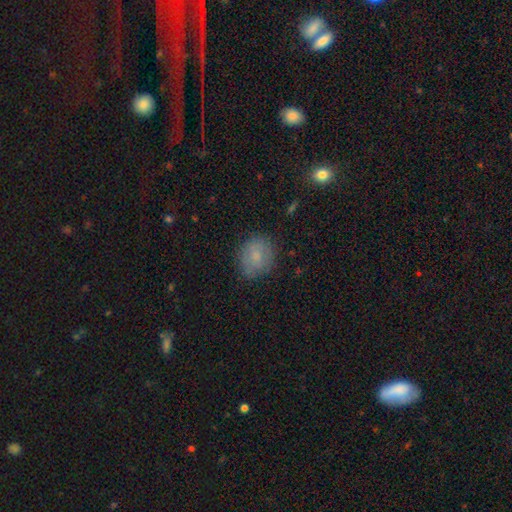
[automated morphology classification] type=smooth (78%); roundness=round (65%); merging=none (80%).